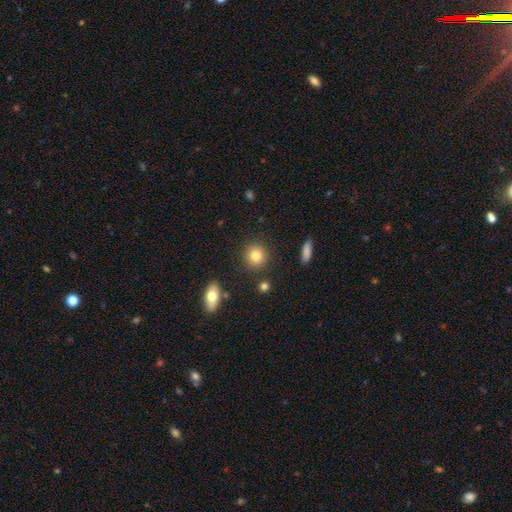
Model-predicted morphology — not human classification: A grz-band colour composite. It shows a smooth galaxy with no disk features (82%) that is round (89%). Merging: none (88%).